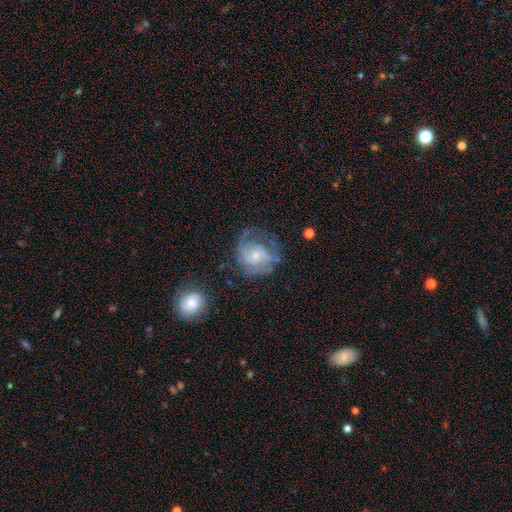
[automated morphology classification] A featured or disk galaxy (68%) with no bar (69%), 2 (38%) medium (41%) spiral arms (80%) and a small central bulge (65%). Merging: none (50%).